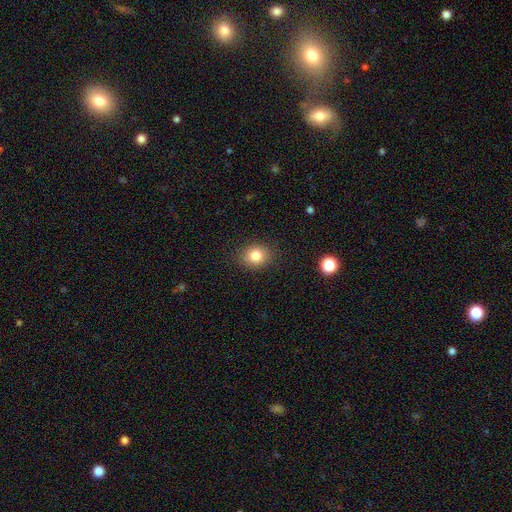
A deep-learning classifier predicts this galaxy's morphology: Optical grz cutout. It shows a smooth galaxy with no disk features (82%) that is round (61%). Merging: none (87%).